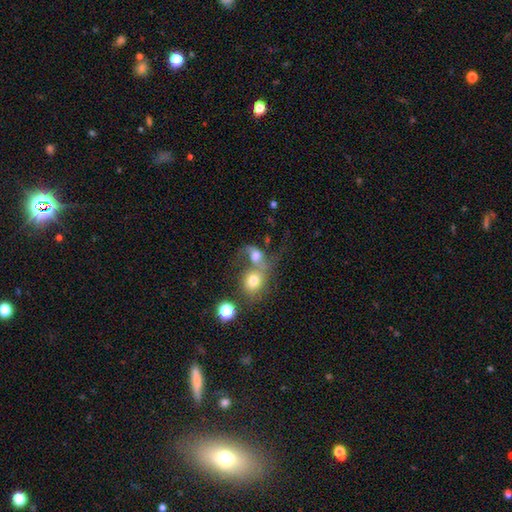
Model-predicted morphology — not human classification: smooth 58%, featured or disk 29%, star or artifact 13%. Down the decision tree: how rounded — in between (51%); merging — merger (64%).